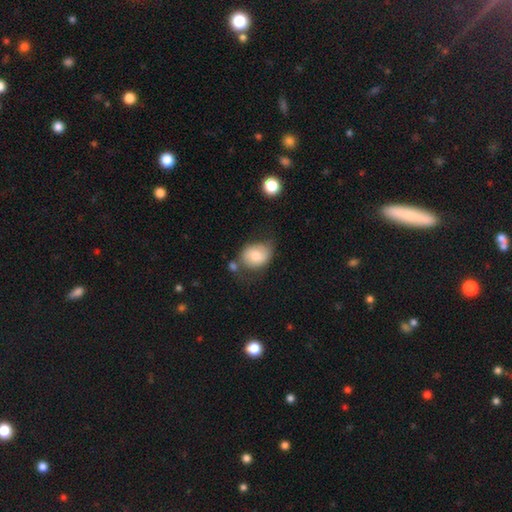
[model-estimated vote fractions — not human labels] Overall: smooth (70%). How rounded: in between (51%; round 48%). Merging: none (52%; minor disturbance 28%).